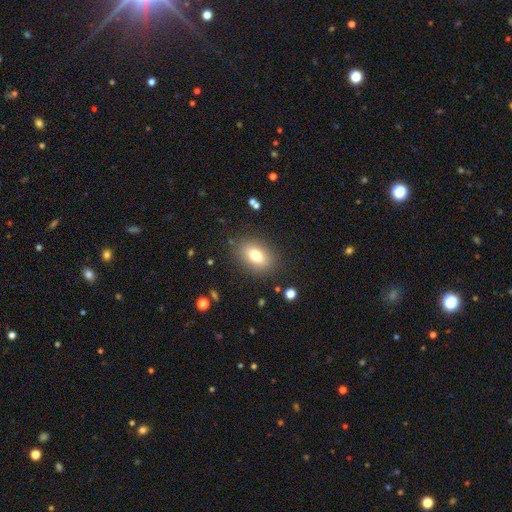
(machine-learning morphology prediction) Q: Smooth or featured?
A: smooth (76%); runner-up: featured or disk (13%)
Q: How rounded?
A: in between (80%); runner-up: round (18%)
Q: Merging?
A: none (85%); runner-up: minor disturbance (10%)